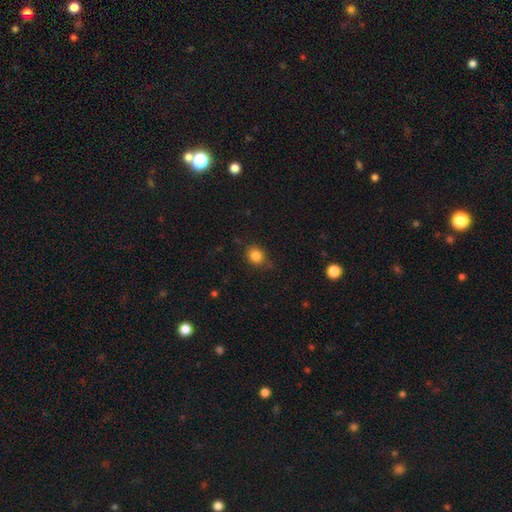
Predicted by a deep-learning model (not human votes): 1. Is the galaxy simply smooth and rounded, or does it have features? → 83% smooth, 12% star or artifact, 5% featured or disk.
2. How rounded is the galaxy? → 77% round, 22% in between, 1% cigar-shaped.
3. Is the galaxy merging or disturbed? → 79% none, 16% minor disturbance, 3% major disturbance, 2% merger.